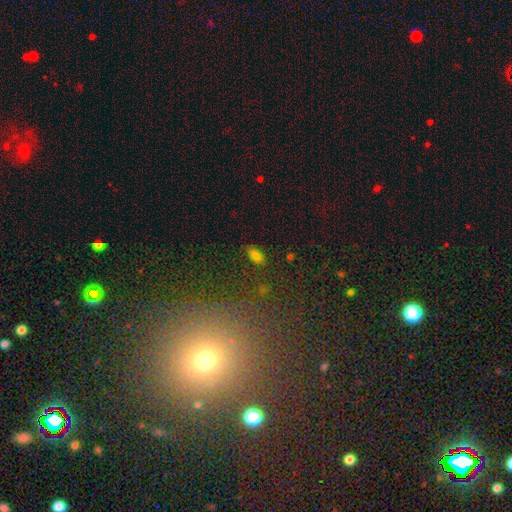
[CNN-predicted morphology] type=smooth (77%); roundness=in between (90%); merging=none (82%).